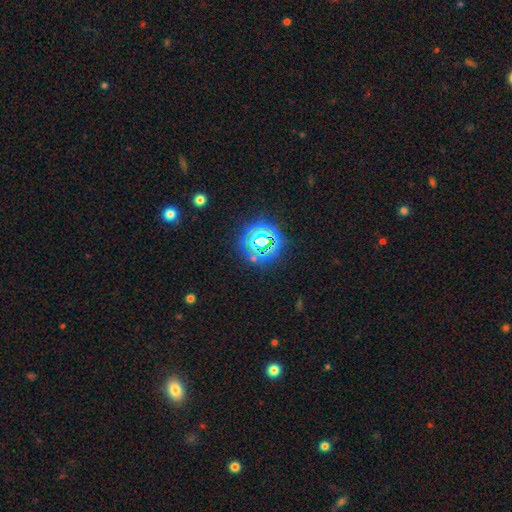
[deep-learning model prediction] A star or artifact, not a galaxy (69%).

Vote fractions:
- Smooth or featured? star or artifact: 69% / smooth: 21% / featured or disk: 10%